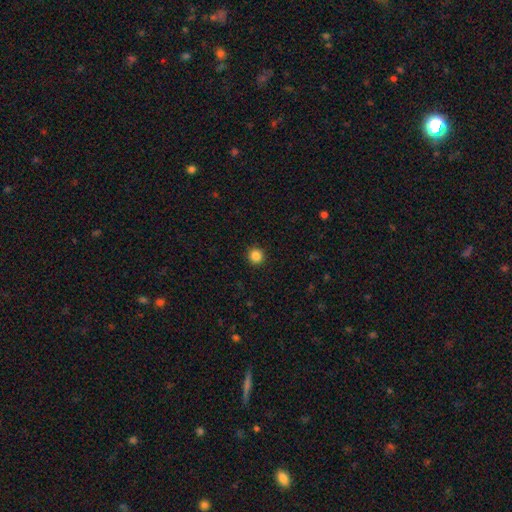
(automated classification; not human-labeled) A smooth galaxy with no disk features (85%) that is round (95%). Merging: none (93%).